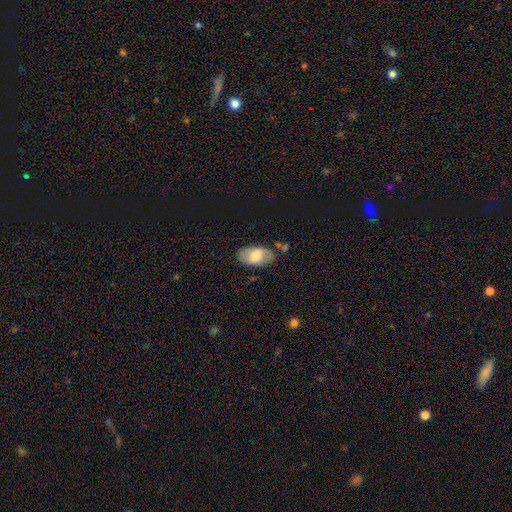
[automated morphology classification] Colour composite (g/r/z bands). It shows a smooth galaxy with no disk features (64%) that is in between round and cigar-shaped (94%). Merging: none (75%).